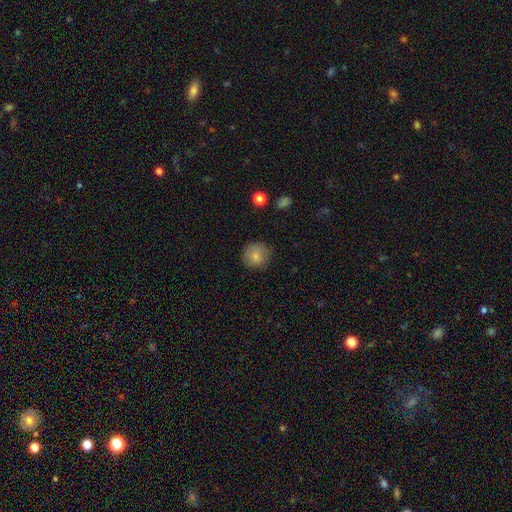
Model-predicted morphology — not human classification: smooth-or-featured: smooth: 82% | featured or disk: 9% | star or artifact: 9%
  how-rounded: round: 90% | in between: 10% | cigar-shaped: 1%
  merging: none: 82% | minor disturbance: 13% | major disturbance: 3% | merger: 1%